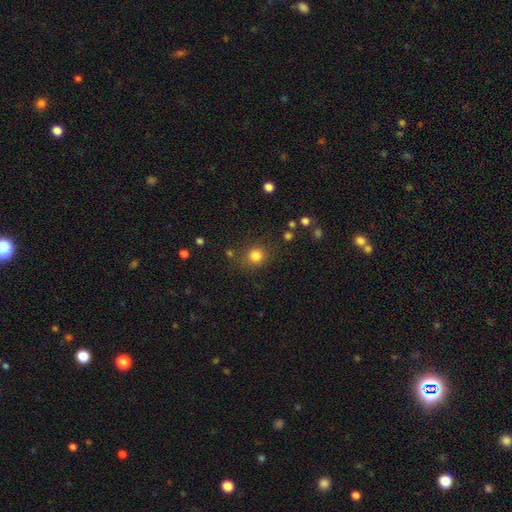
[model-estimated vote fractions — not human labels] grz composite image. It shows a smooth galaxy with no disk features (82%) that is round (87%). Merging: none (81%).